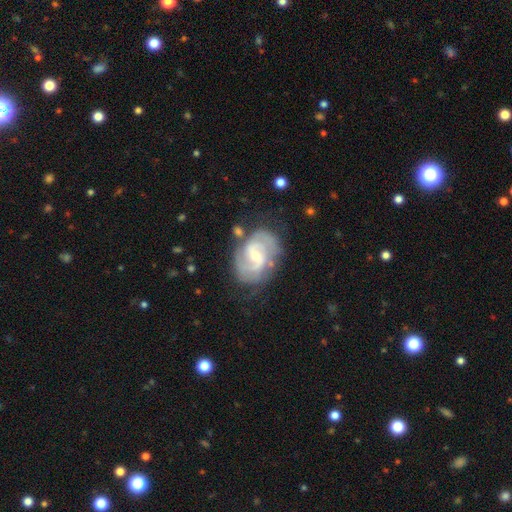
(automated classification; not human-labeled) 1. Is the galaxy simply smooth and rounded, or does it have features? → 87% featured or disk, 8% smooth, 5% star or artifact.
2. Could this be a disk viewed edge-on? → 98% no, 2% yes.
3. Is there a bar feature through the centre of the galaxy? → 57% weak, 25% no, 18% strong.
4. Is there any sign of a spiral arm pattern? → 96% yes, 4% no.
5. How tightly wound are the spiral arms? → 53% medium, 31% tight, 16% loose.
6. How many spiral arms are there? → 84% 2, 7% can't tell, 5% 3, 2% 1, 1% 4, 1% more than 4.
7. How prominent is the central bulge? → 56% small, 39% moderate, 3% none, 2% large, 1% dominant.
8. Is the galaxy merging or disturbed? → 70% none, 18% minor disturbance, 8% major disturbance, 4% merger.